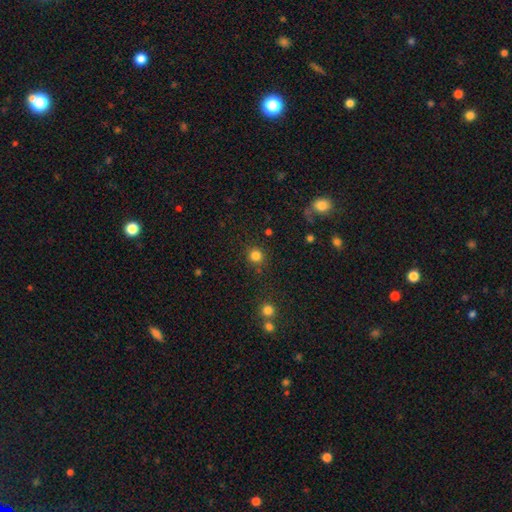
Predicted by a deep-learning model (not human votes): This appears to be a smooth galaxy with no disk features (82%) that is round (93%). Merging: none (86%).